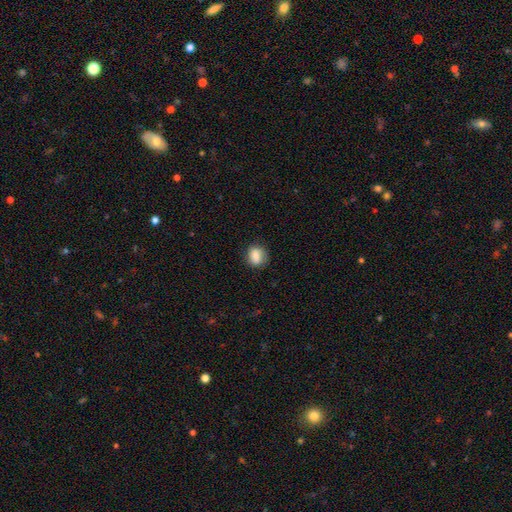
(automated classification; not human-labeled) Smooth or featured? Predicted: smooth (p=0.83). How rounded? Predicted: round (p=0.56). Merging? Predicted: none (p=0.77).